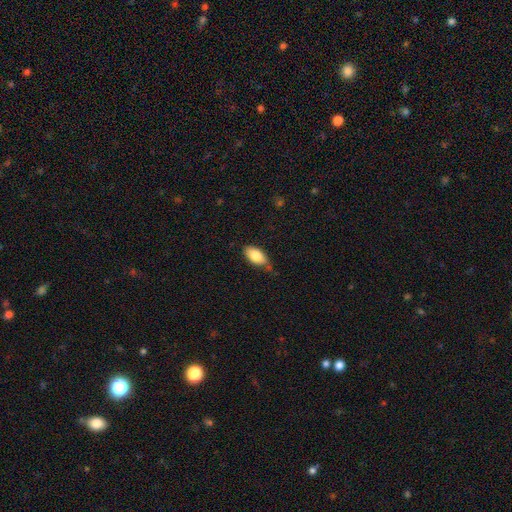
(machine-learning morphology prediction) Q: Smooth or featured?
A: smooth (81%); runner-up: featured or disk (12%)
Q: How rounded?
A: in between (92%); runner-up: cigar-shaped (5%)
Q: Merging?
A: none (65%); runner-up: minor disturbance (27%)